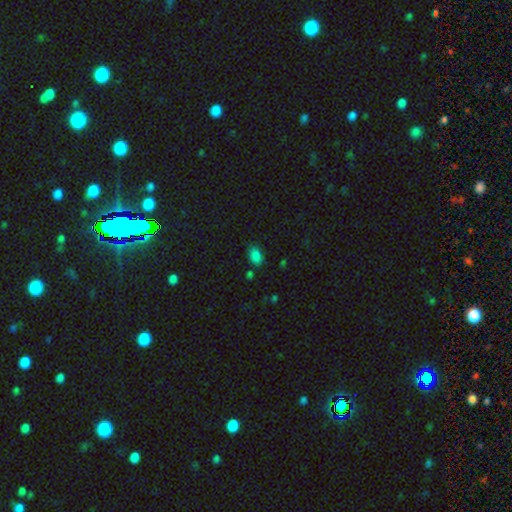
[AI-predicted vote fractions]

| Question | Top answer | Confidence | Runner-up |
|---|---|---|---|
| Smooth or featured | smooth | 82% | star or artifact (14%) |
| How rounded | in between | 87% | round (11%) |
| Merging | none | 76% | minor disturbance (17%) |